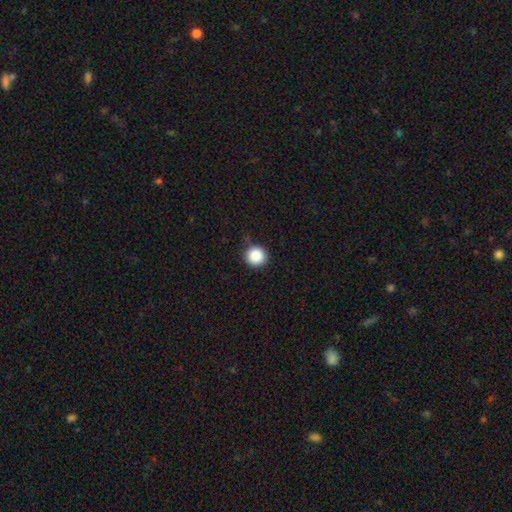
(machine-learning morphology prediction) smooth 88%, star or artifact 9%, featured or disk 3%. Down the decision tree: how rounded — round (96%); merging — none (83%).